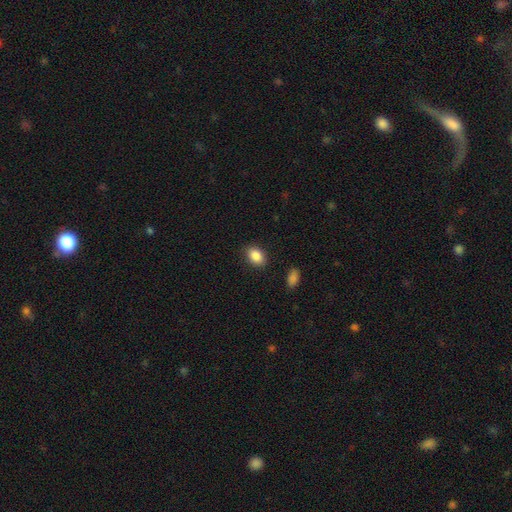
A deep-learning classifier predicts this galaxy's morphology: Smooth or featured? smooth (87%)
How rounded? in between (80%)
Merging? none (86%)